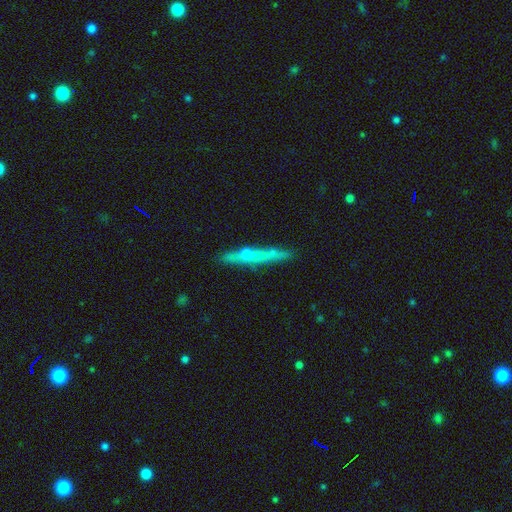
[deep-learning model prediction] This is possibly a featured or disk galaxy (55%). It is clearly viewed edge-on (91%). Edge-on bulge: possibly rounded (59%). Merging: likely none (77%).